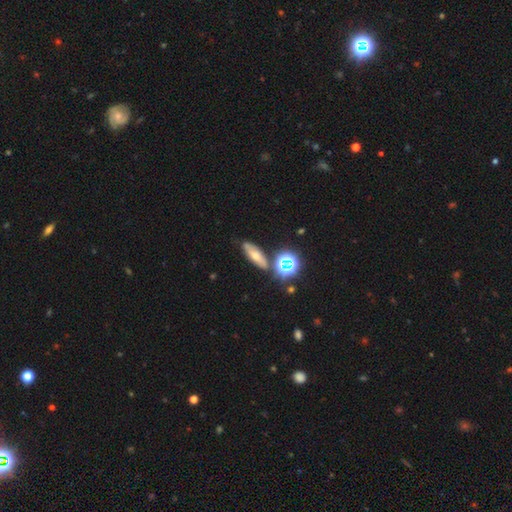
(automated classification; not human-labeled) A smooth galaxy with no disk features (40%). Merging: none (75%).